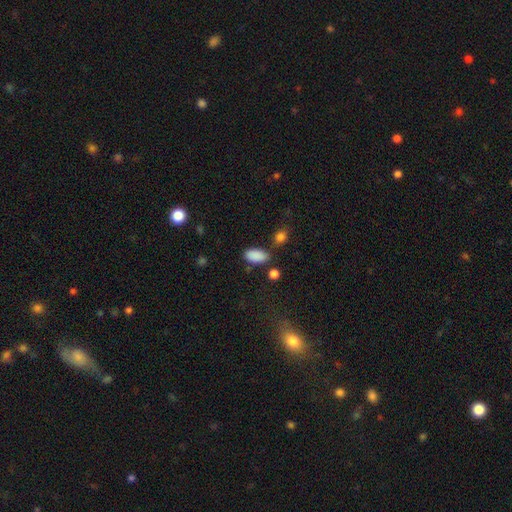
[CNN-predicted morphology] This is clearly a smooth galaxy (88%). How rounded: clearly in between (93%). Merging: likely none (72%).